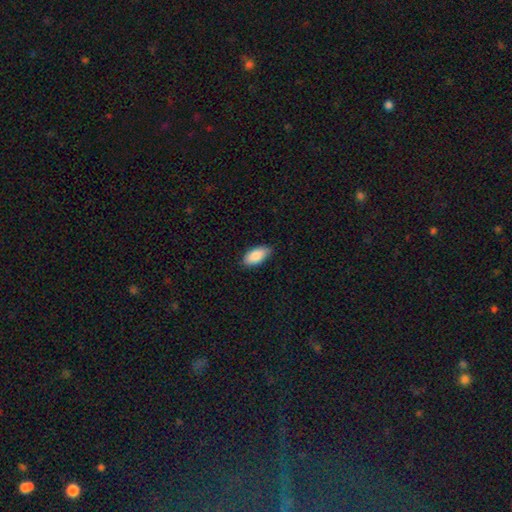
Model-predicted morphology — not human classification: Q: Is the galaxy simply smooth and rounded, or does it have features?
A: smooth — 88%.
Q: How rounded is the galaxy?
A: in between — 93%.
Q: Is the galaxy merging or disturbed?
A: none — 80%.